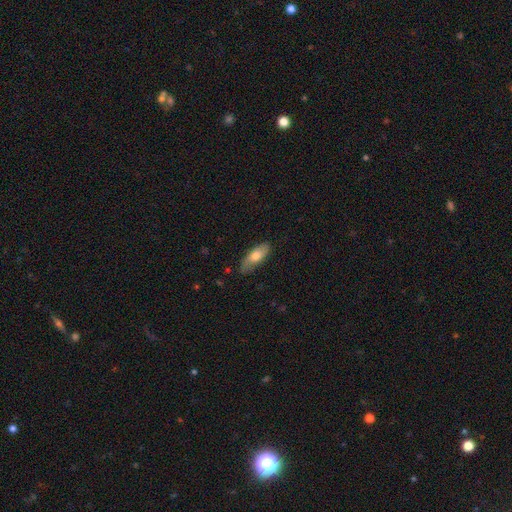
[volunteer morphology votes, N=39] This appears to be a smooth galaxy with no disk features (62%) that is in between round and cigar-shaped (83%). Merging: none (73%).